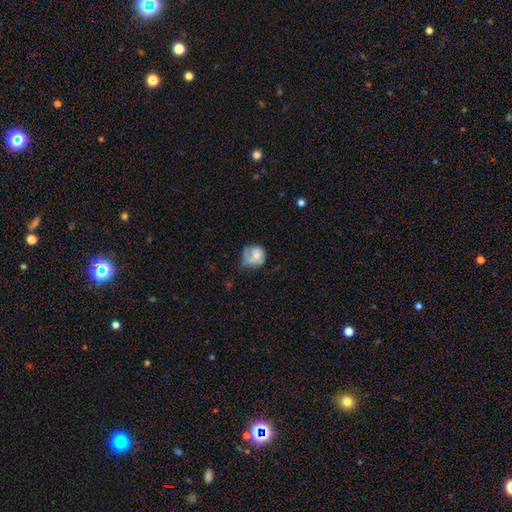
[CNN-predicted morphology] A smooth galaxy with no disk features (61%) that is round (70%). Merging: none (31%).